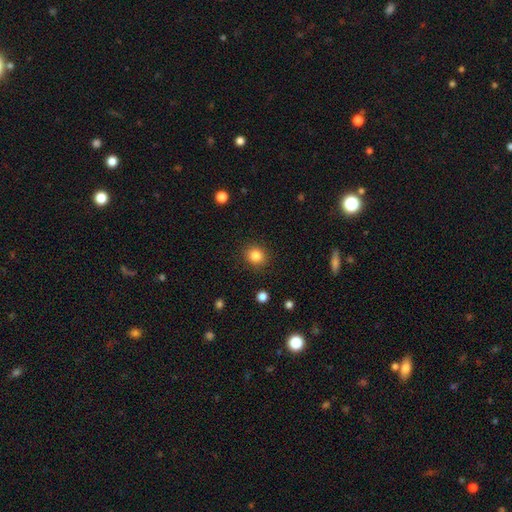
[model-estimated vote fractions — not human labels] Overall: smooth (84%). How rounded: round (81%). Merging: none (89%).